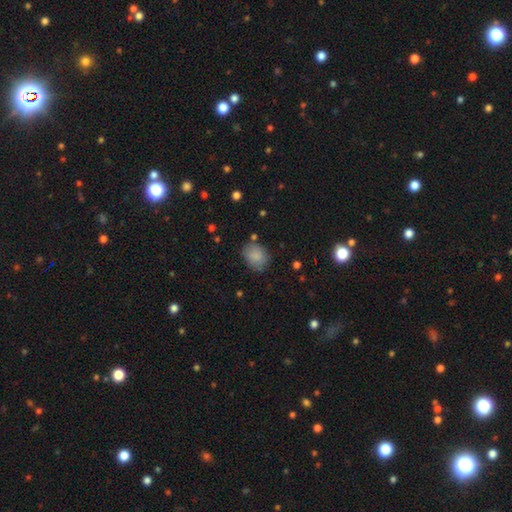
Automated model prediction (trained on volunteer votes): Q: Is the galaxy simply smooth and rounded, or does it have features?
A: smooth — 84%.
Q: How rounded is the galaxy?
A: in between — 52%.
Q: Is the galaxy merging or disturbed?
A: none — 74%.